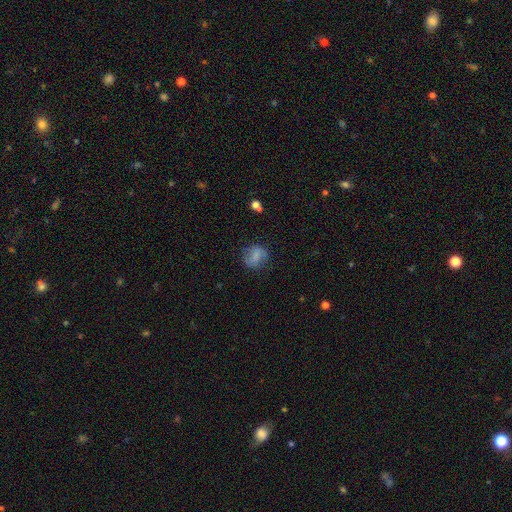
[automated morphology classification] Smooth or featured? Predicted: smooth (p=0.67). How rounded? Predicted: round (p=0.58). Merging? Predicted: none (p=0.66).